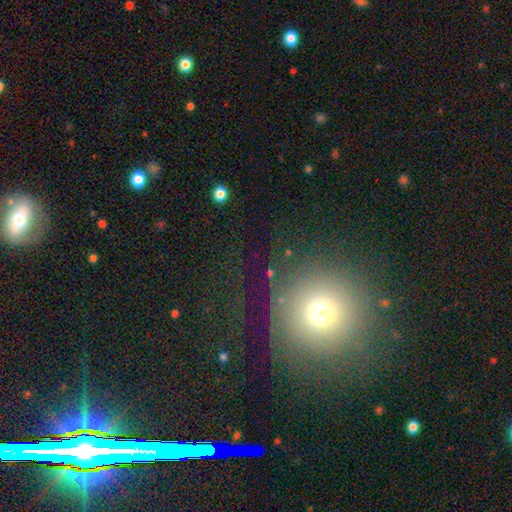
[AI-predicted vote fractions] Morphology: type=star or artifact (52%).